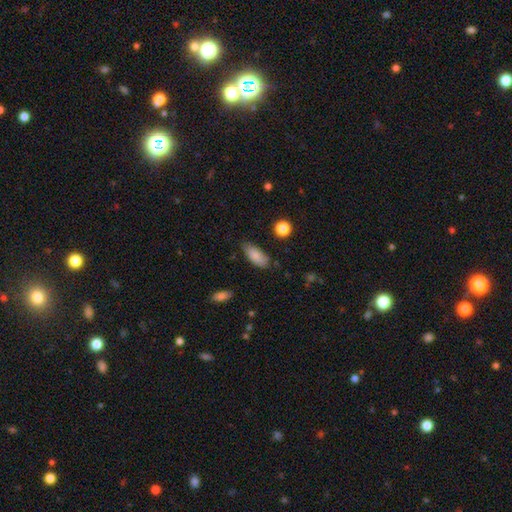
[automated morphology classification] Smooth or featured?
  - smooth: 86% *
  - star or artifact: 7%
  - featured or disk: 7%
How rounded?
  - in between: 83% *
  - cigar-shaped: 15%
  - round: 2%
Merging?
  - none: 73% *
  - minor disturbance: 21%
  - major disturbance: 4%
  - merger: 2%